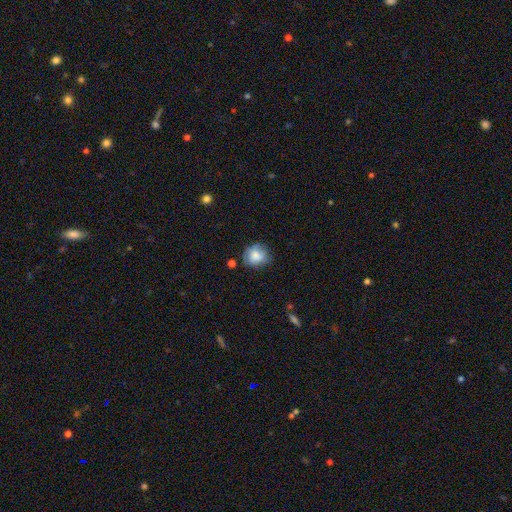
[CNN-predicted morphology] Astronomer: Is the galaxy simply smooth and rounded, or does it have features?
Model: smooth — 76%.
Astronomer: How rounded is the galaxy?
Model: round — 72%.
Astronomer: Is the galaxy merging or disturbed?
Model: none — 61%.